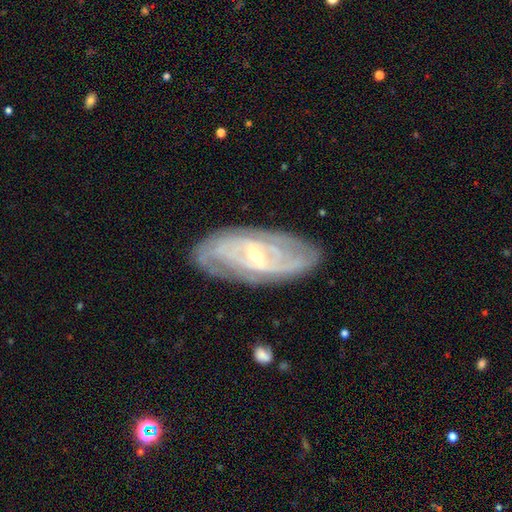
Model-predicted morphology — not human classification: type=featured or disk (83%); edge-on=no (92%); bar=weak (48%); spiral arms=yes (93%); winding=tight (57%); arm count=can't tell (35%); bulge=small (71%); merging=none (80%).